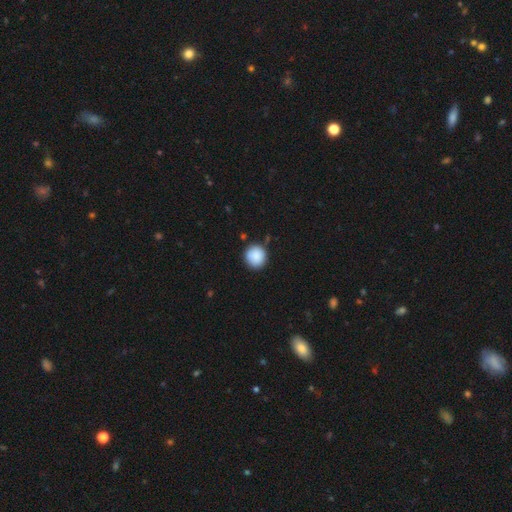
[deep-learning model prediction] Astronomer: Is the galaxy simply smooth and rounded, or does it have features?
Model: smooth — 89%.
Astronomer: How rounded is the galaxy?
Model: round — 94%.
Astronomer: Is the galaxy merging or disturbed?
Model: none — 86%.